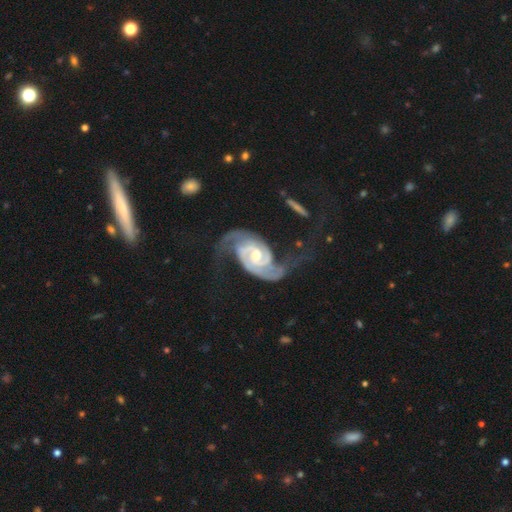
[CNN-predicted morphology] The model was most divided on "bar": no: 44%, weak: 42%, strong: 14%. Remaining: spiral arms — yes (98%); edge-on disk — no (97%); smooth or featured — featured or disk (93%); spiral arm count — 2 (90%); bulge size — moderate (62%); merging — none (57%); spiral winding — medium (47%).